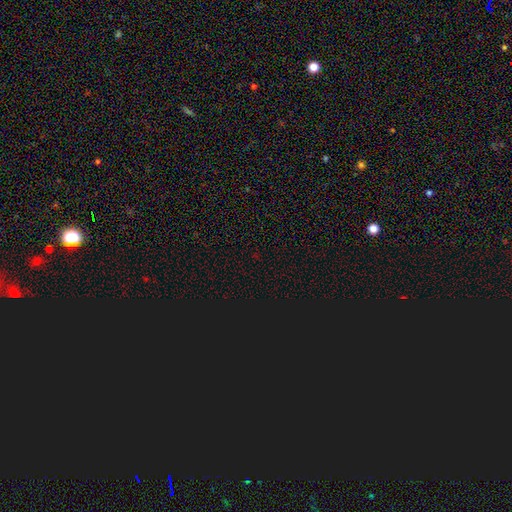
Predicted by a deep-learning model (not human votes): This is likely a star or artifact rather than a galaxy (73%).